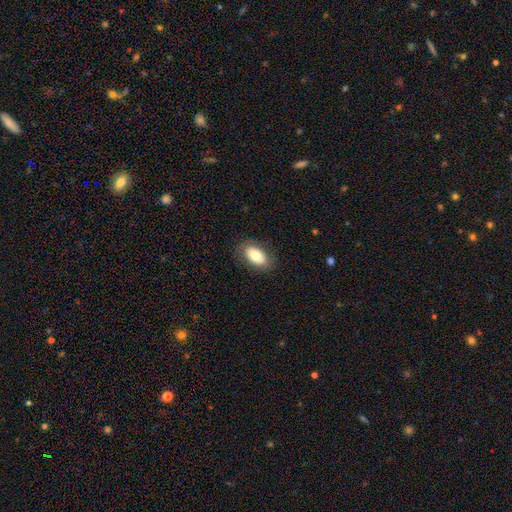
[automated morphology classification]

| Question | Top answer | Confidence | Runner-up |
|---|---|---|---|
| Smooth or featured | smooth | 76% | featured or disk (17%) |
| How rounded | in between | 92% | round (6%) |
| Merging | none | 85% | minor disturbance (11%) |